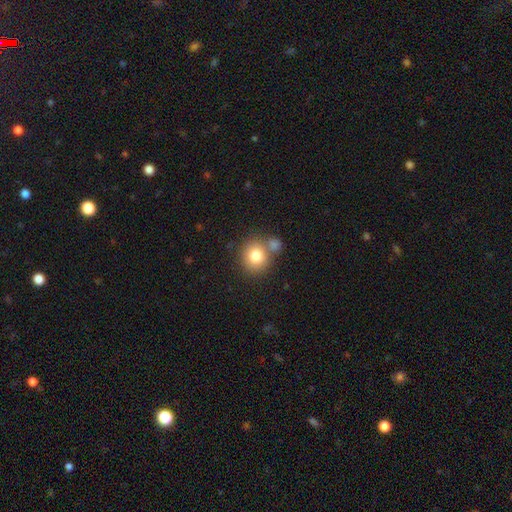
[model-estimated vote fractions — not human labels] Overall: smooth (79%). How rounded: round (85%). Merging: none (63%; merger 23%).